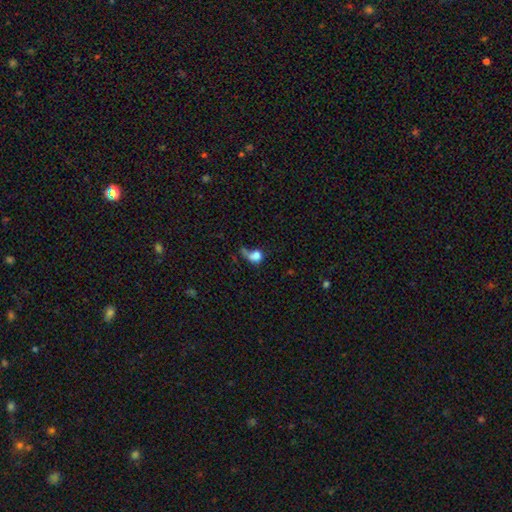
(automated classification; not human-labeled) Q: Smooth or featured?
A: smooth (70%); runner-up: featured or disk (19%)
Q: How rounded?
A: round (52%); runner-up: in between (46%)
Q: Merging?
A: major disturbance (42%); runner-up: none (23%)